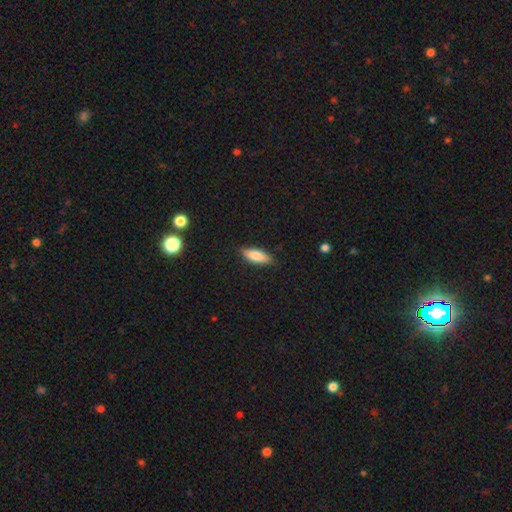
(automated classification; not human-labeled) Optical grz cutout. It shows a smooth galaxy with no disk features (78%) that is in between round and cigar-shaped (62%). Merging: none (85%).